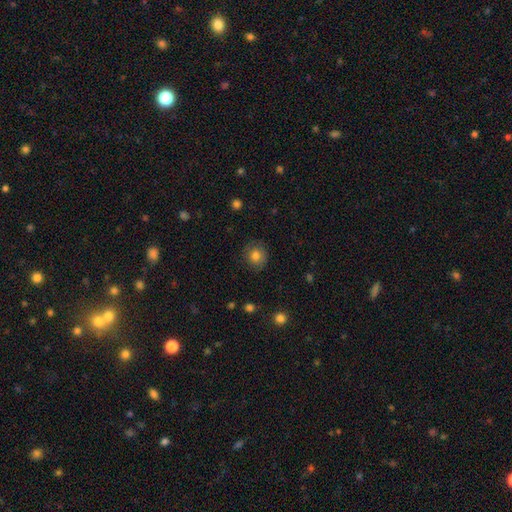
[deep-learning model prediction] smooth-or-featured: smooth: 79% | star or artifact: 11% | featured or disk: 11%
  how-rounded: round: 87% | in between: 12% | cigar-shaped: 1%
  merging: none: 85% | minor disturbance: 11% | major disturbance: 3% | merger: 1%